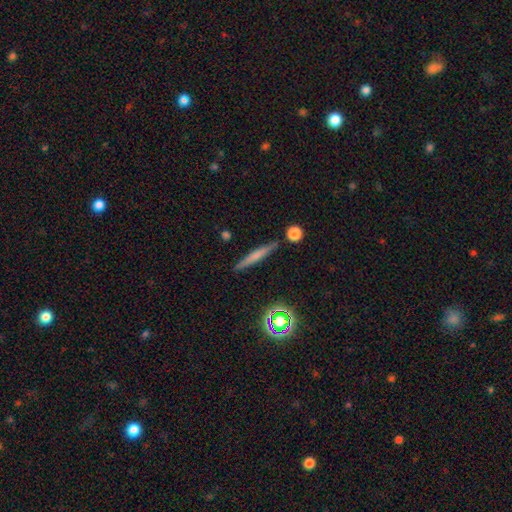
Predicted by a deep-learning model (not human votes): Overall: smooth (52%; featured or disk 39%). How rounded: cigar-shaped (91%). Merging: none (86%).